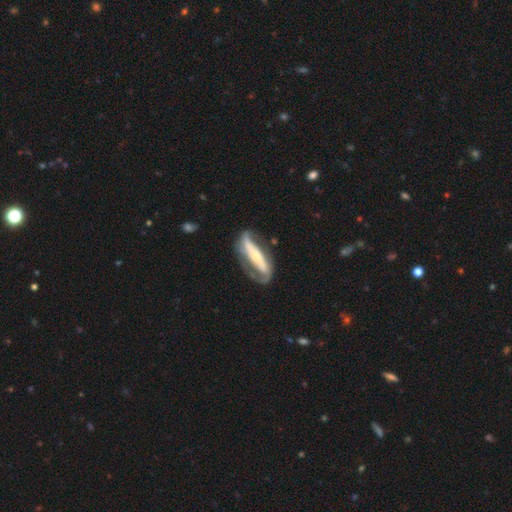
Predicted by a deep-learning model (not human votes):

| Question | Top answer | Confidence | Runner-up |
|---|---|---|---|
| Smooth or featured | featured or disk | 79% | smooth (17%) |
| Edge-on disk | no | 79% | yes (21%) |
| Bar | strong | 65% | no (20%) |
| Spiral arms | yes | 84% | no (16%) |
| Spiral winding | loose | 36% | tied: medium (36%) |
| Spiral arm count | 2 | 81% | 1 (9%) |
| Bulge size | small | 53% | moderate (37%) |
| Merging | none | 63% | minor disturbance (20%) |